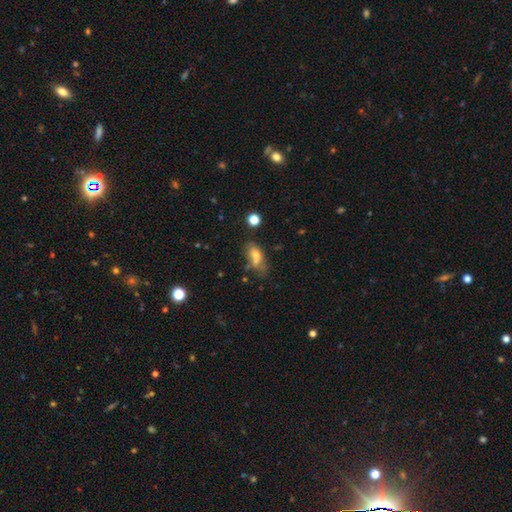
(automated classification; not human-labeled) Smooth or featured? Predicted: smooth (p=0.62). How rounded? Predicted: in between (p=0.76). Merging? Predicted: none (p=0.42).